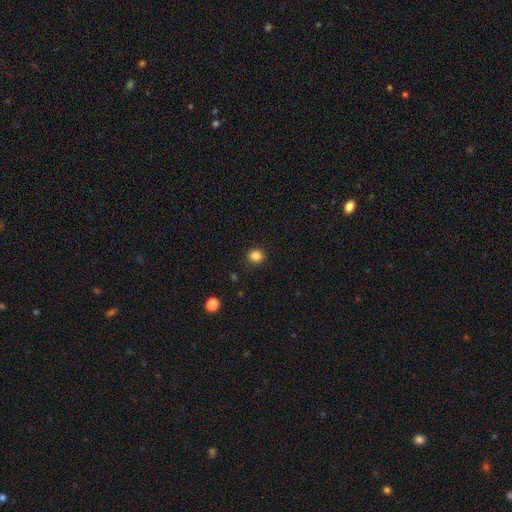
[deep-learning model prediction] Smooth or featured? smooth (85%)
How rounded? round (73%)
Merging? none (90%)